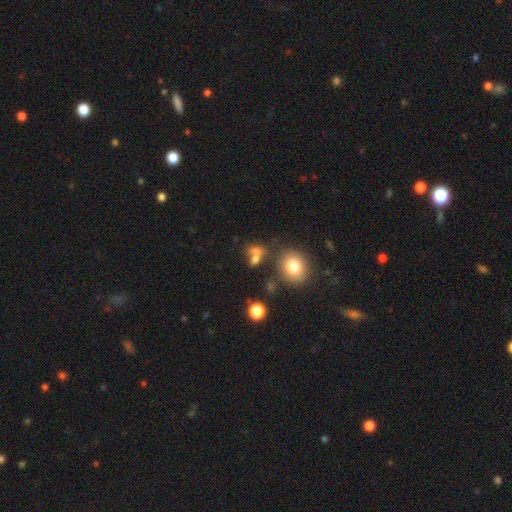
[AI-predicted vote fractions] Smooth or featured: smooth — 70% (star or artifact — 17%)
How rounded: in between — 54% (round — 41%)
Merging: none — 42% (merger — 38%)